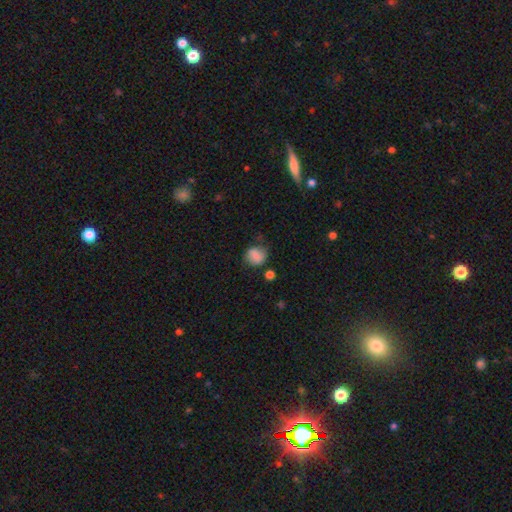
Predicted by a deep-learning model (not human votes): Smooth or featured? smooth (77%)
How rounded? round (69%)
Merging? none (63%)